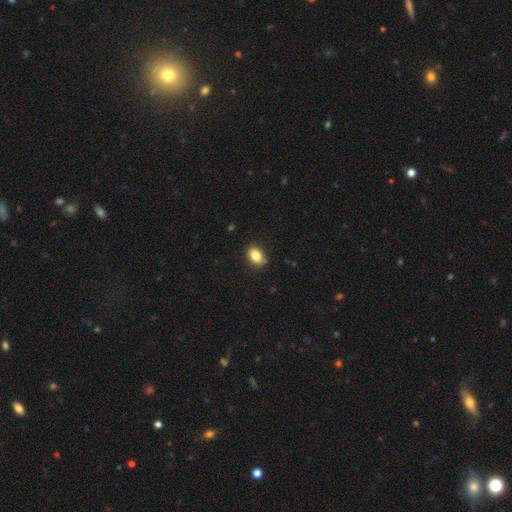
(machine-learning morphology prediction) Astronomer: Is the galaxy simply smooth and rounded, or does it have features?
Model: smooth — 84%.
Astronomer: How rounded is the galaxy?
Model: in between — 76%.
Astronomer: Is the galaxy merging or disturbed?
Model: none — 85%.